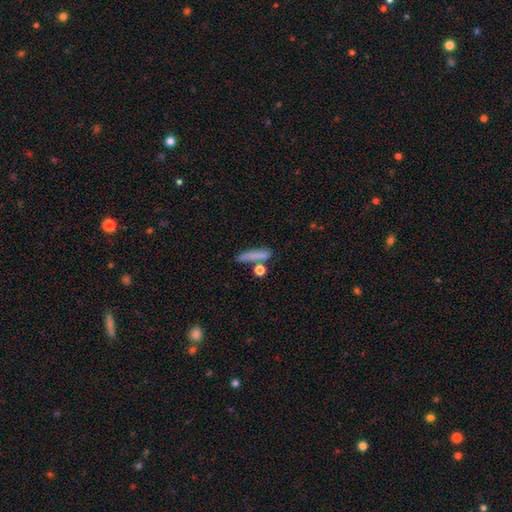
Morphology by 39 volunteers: This appears to be a smooth galaxy with no disk features (87%) that is cigar-shaped (65%). Merging: none (63%).